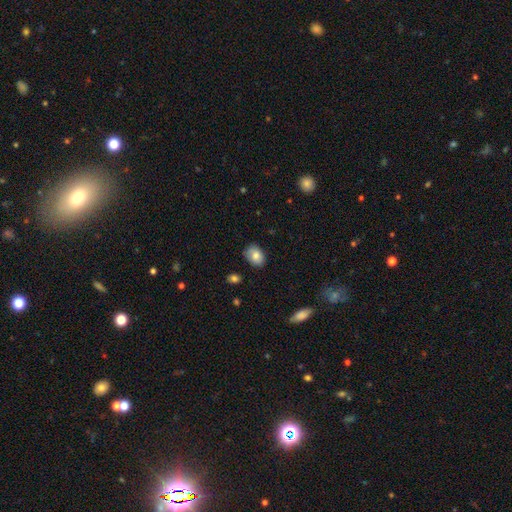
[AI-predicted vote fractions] The model was most divided on "how rounded": in between: 74%, round: 25%, cigar-shaped: 1%. More confident: smooth or featured — smooth (80%); merging — none (78%).